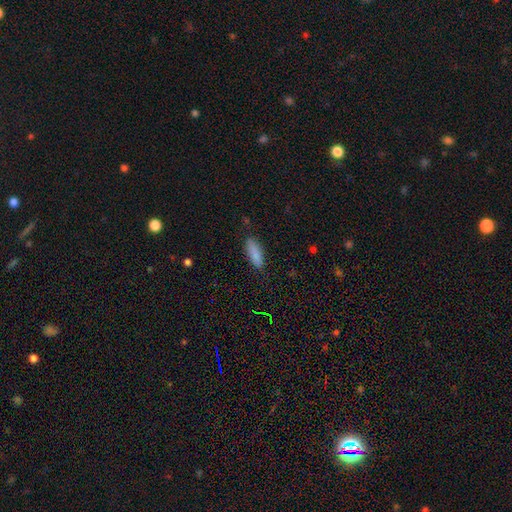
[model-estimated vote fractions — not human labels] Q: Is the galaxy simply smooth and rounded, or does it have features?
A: smooth — 87%.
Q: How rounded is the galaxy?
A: in between — 59%.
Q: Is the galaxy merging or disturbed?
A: none — 85%.